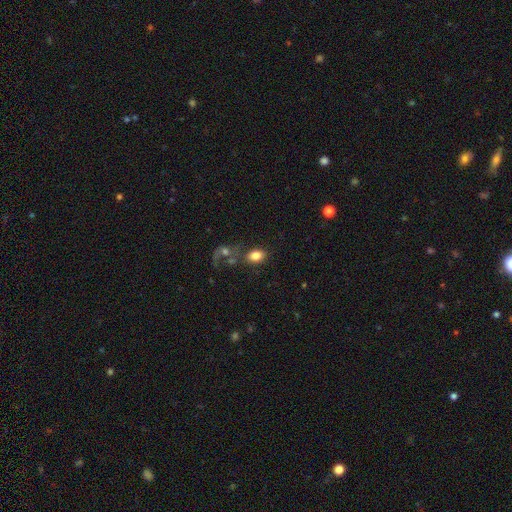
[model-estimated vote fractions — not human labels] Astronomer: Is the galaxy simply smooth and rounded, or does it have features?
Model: smooth — 80%.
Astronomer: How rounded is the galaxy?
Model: in between — 77%.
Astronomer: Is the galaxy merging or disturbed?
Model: none — 56%.